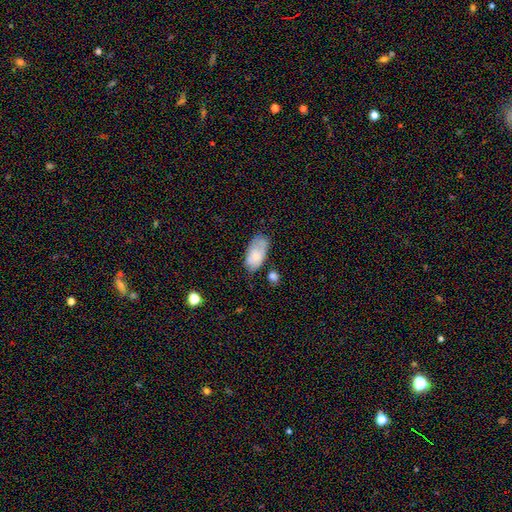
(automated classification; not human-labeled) Smooth or featured? smooth (67%)
How rounded? in between (93%)
Merging? none (55%)